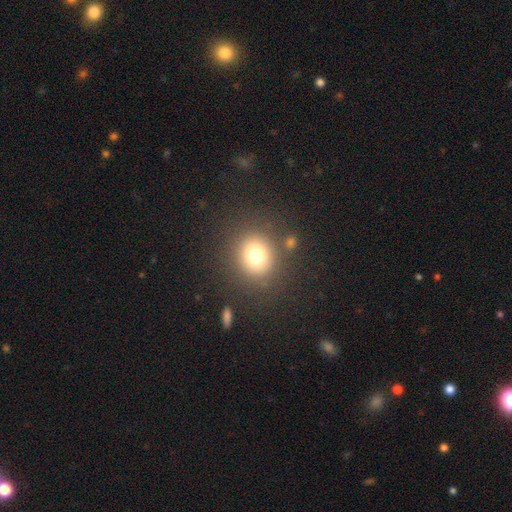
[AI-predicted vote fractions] This is likely a smooth galaxy (74%). How rounded: clearly round (83%). Merging: clearly none (84%).